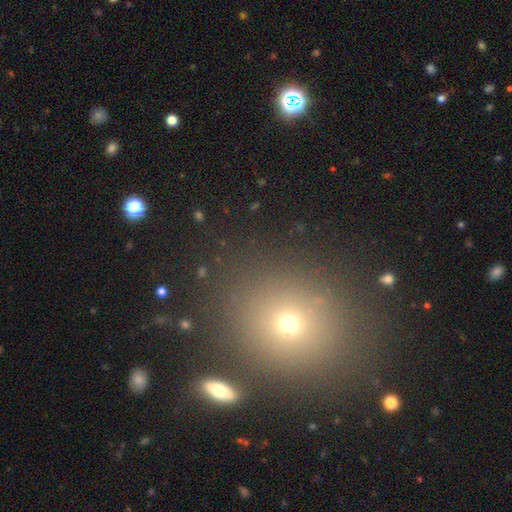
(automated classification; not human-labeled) A smooth galaxy with no disk features (59%) that is round (72%). Merging: none (83%).